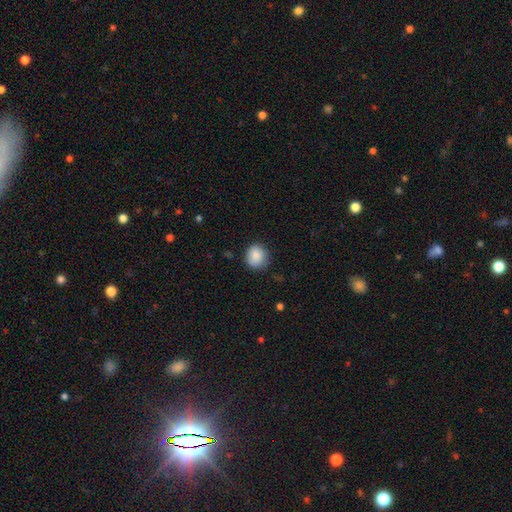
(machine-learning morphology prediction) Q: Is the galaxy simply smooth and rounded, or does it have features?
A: smooth — 87%.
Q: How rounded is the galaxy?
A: round — 85%.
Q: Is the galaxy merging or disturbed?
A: none — 79%.